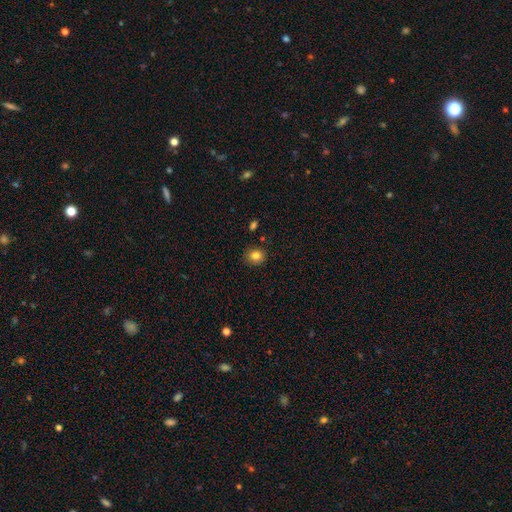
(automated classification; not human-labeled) Smooth or featured? smooth (82%)
How rounded? round (76%)
Merging? none (88%)